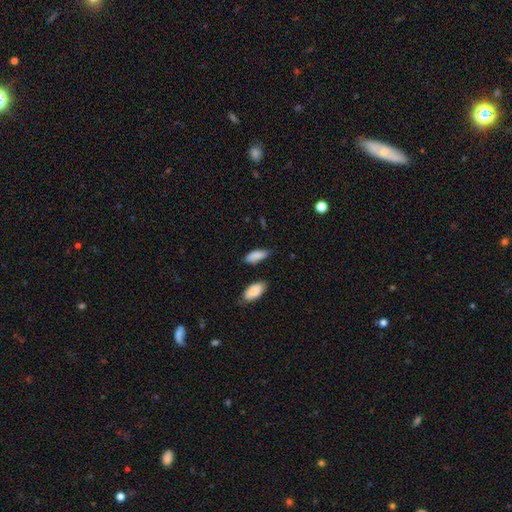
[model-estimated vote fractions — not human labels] The model was most divided on "merging": none: 73%, minor disturbance: 18%, merger: 5%, major disturbance: 4%. More confident: smooth or featured — smooth (88%); how rounded — in between (84%).